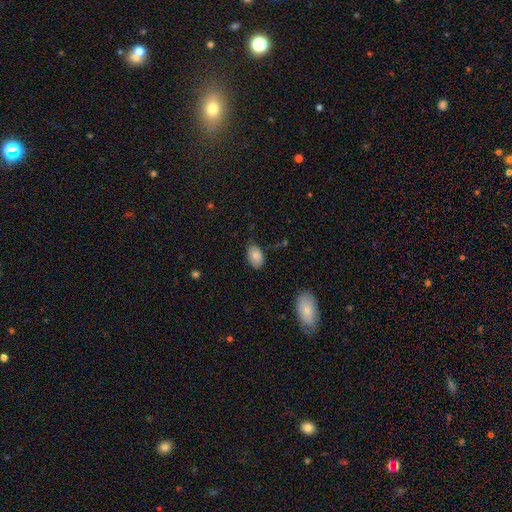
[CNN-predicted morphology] Smooth or featured: smooth — 84% (featured or disk — 9%)
How rounded: in between — 90% (round — 9%)
Merging: none — 74% (minor disturbance — 21%)